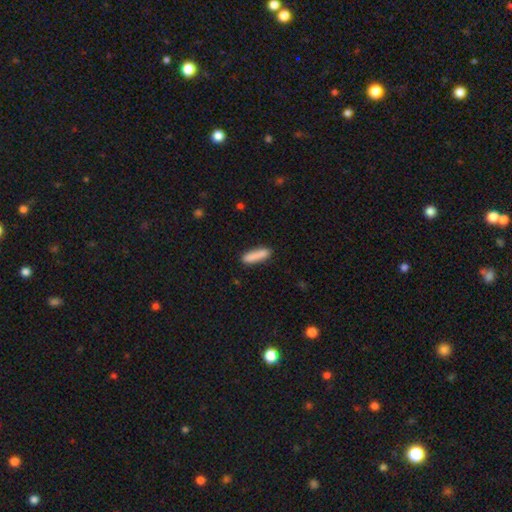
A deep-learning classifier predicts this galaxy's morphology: Smooth or featured: smooth — 87% (featured or disk — 7%)
How rounded: cigar-shaped — 76% (in between — 23%)
Merging: none — 86% (minor disturbance — 10%)